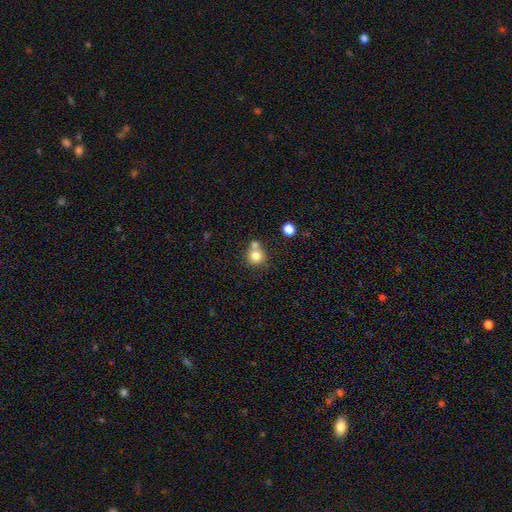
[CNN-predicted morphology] smooth_or_featured: smooth (p=0.80) [alt: star or artifact p=0.11]
how_rounded: round (p=0.89) [alt: in between p=0.10]
merging: none (p=0.54) [alt: merger p=0.34]